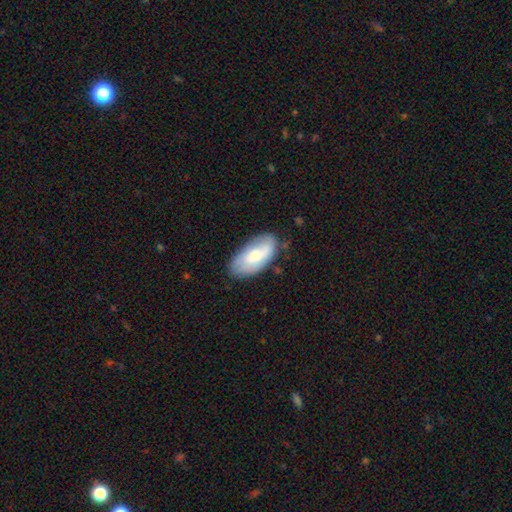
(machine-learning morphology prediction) Smooth or featured?
  - smooth: 60% *
  - featured or disk: 33%
  - star or artifact: 6%
How rounded?
  - in between: 93% *
  - cigar-shaped: 5%
  - round: 2%
Merging?
  - none: 73% *
  - minor disturbance: 20%
  - major disturbance: 5%
  - merger: 2%